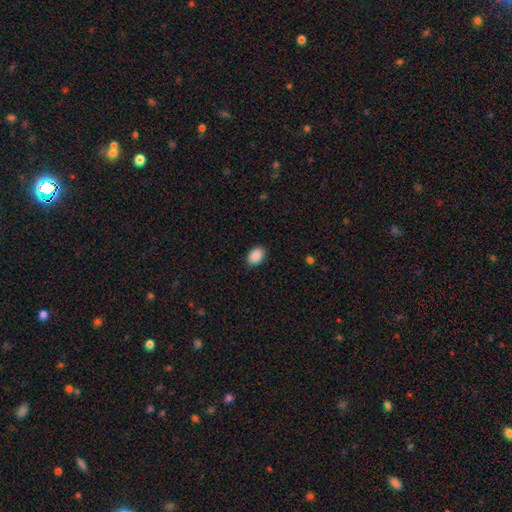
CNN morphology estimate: smooth_or_featured: smooth (p=0.90) [alt: star or artifact p=0.07]
how_rounded: in between (p=0.78) [alt: round p=0.21]
merging: none (p=0.87) [alt: minor disturbance p=0.10]